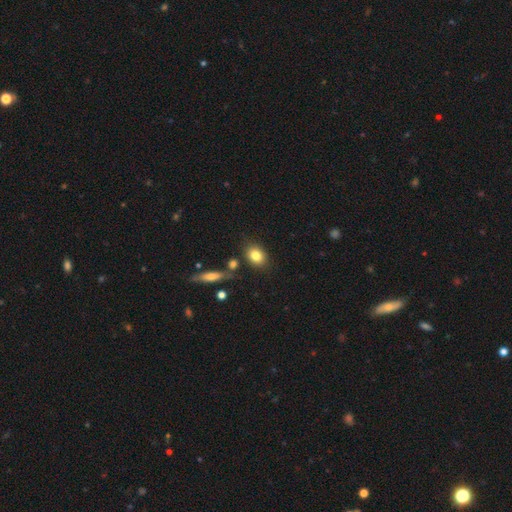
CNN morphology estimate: Smooth or featured? Predicted: smooth (p=0.81). How rounded? Predicted: in between (p=0.59). Merging? Predicted: none (p=0.78).